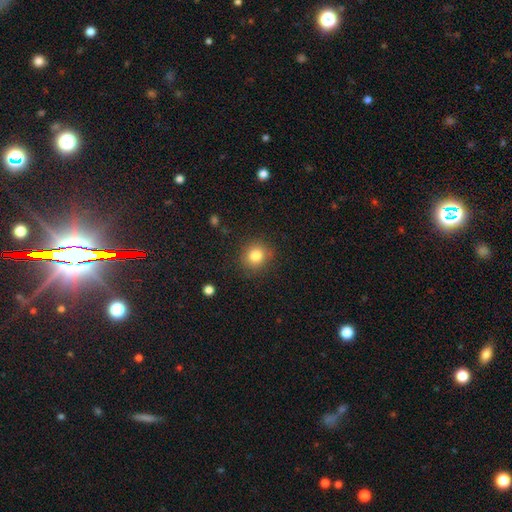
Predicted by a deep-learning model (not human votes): Smooth or featured?
  - smooth: 82% *
  - star or artifact: 11%
  - featured or disk: 7%
How rounded?
  - round: 88% *
  - in between: 11%
  - cigar-shaped: 1%
Merging?
  - none: 88% *
  - minor disturbance: 8%
  - major disturbance: 3%
  - merger: 1%